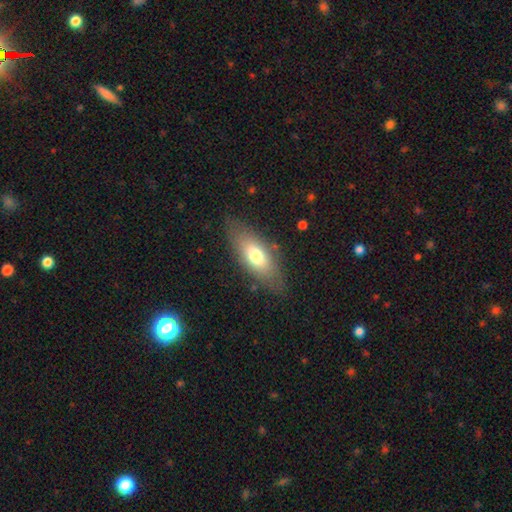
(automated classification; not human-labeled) A smooth galaxy with no disk features (67%) that is in between round and cigar-shaped (78%). Merging: none (78%).